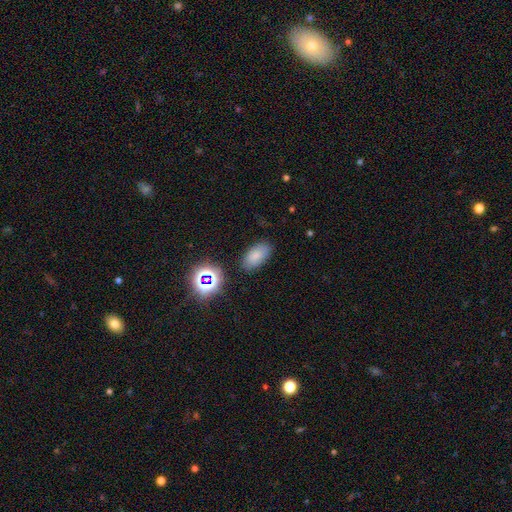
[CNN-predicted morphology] Smooth or featured?
  - smooth: 77% *
  - star or artifact: 14%
  - featured or disk: 9%
How rounded?
  - in between: 92% *
  - round: 5%
  - cigar-shaped: 2%
Merging?
  - none: 82% *
  - minor disturbance: 12%
  - major disturbance: 4%
  - merger: 2%